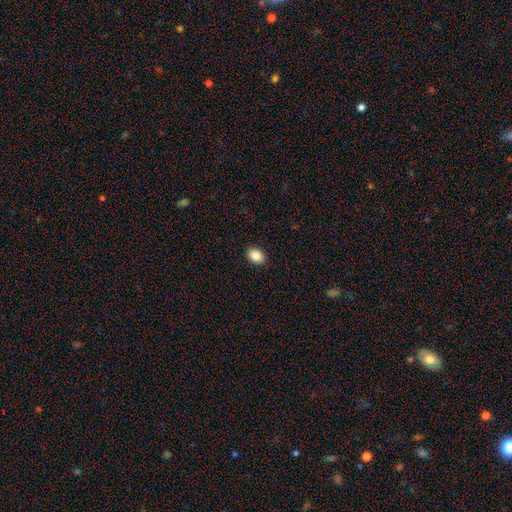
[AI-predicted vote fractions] Smooth or featured: smooth — 87% (star or artifact — 8%)
How rounded: in between — 80% (round — 19%)
Merging: none — 91% (minor disturbance — 7%)